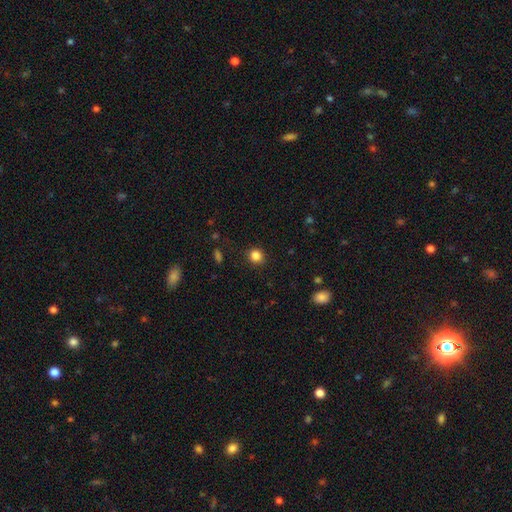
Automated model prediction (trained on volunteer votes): Smooth or featured: smooth — 84% (star or artifact — 12%)
How rounded: round — 85% (in between — 14%)
Merging: none — 88% (minor disturbance — 8%)